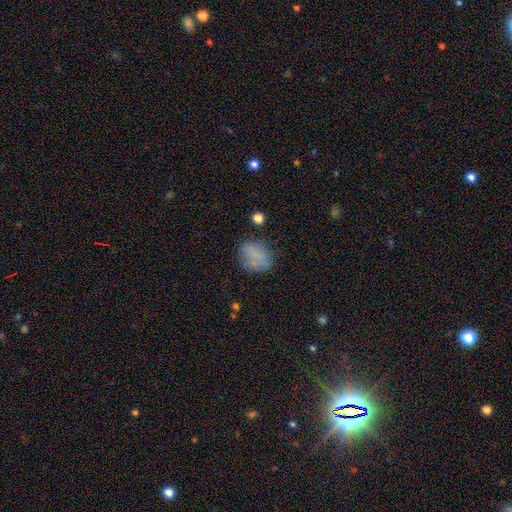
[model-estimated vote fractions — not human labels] Q: Smooth or featured?
A: smooth (73%); runner-up: featured or disk (16%)
Q: How rounded?
A: in between (49%); tied with: round (49%)
Q: Merging?
A: none (69%); runner-up: minor disturbance (19%)